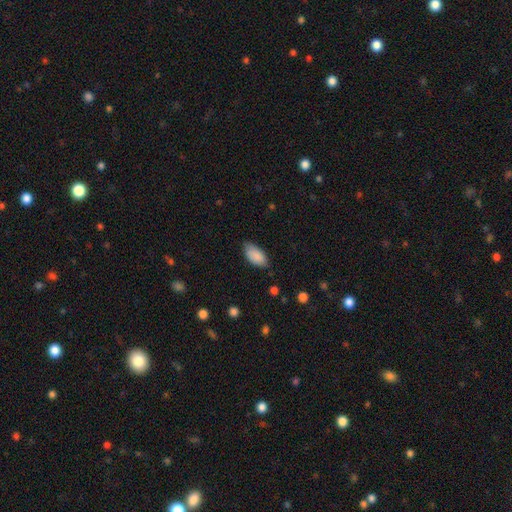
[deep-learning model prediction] Q: Smooth or featured?
A: smooth (89%); runner-up: star or artifact (6%)
Q: How rounded?
A: in between (94%); runner-up: cigar-shaped (3%)
Q: Merging?
A: none (76%); runner-up: minor disturbance (19%)